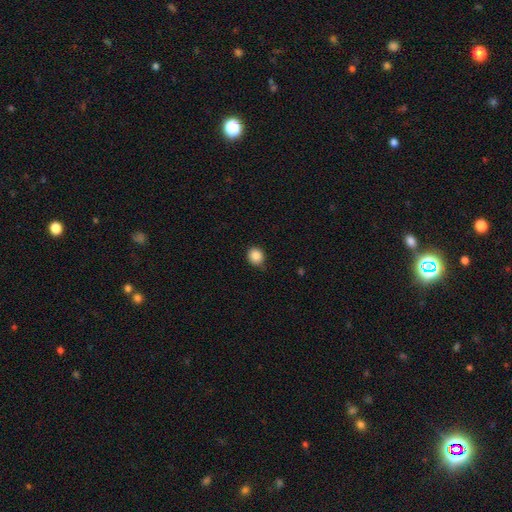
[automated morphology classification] smooth_or_featured: smooth (p=0.87) [alt: star or artifact p=0.10]
how_rounded: round (p=0.84) [alt: in between p=0.15]
merging: none (p=0.79) [alt: minor disturbance p=0.17]